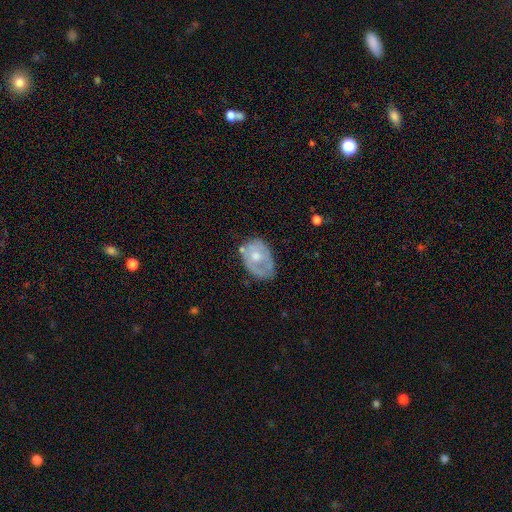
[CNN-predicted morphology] Smooth or featured: featured or disk — 50% (smooth — 44%)
Merging: none — 44% (minor disturbance — 34%)